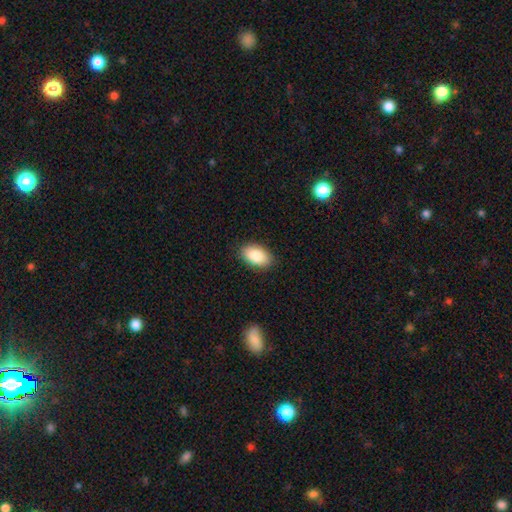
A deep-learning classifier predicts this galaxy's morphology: The model was most divided on "merging": none: 88%, minor disturbance: 9%, major disturbance: 2%, merger: 1%. More confident: how rounded — in between (93%); smooth or featured — smooth (89%).